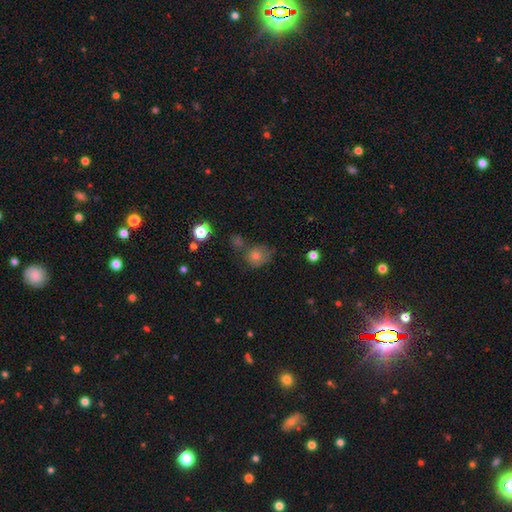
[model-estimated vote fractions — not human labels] Smooth or featured: smooth — 64% (star or artifact — 20%)
How rounded: round — 68% (in between — 31%)
Merging: none — 53% (minor disturbance — 22%)